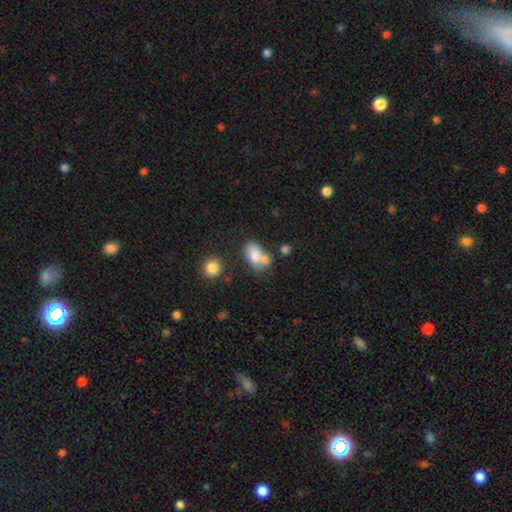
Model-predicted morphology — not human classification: A smooth galaxy with no disk features (74%) that is in between round and cigar-shaped (85%).

Vote fractions:
- Smooth or featured? smooth: 74% / featured or disk: 17% / star or artifact: 9%
- How rounded? in between: 85% / round: 14% / cigar-shaped: 2%
- Merging? merger: 40% / none: 36% / minor disturbance: 16% / major disturbance: 8%